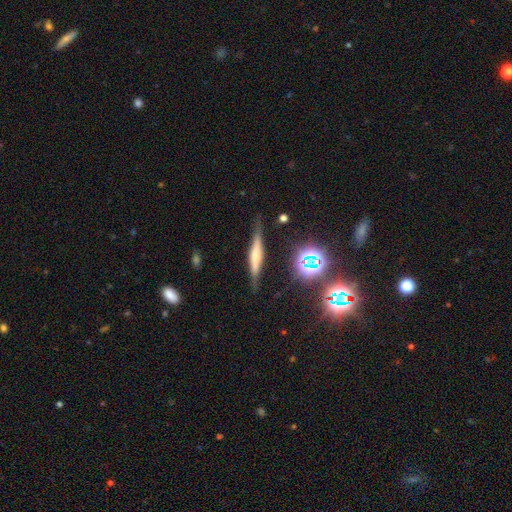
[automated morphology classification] Overall: featured or disk (52%; smooth 35%). Edge-on disk: yes (93%). Merging: none (78%).